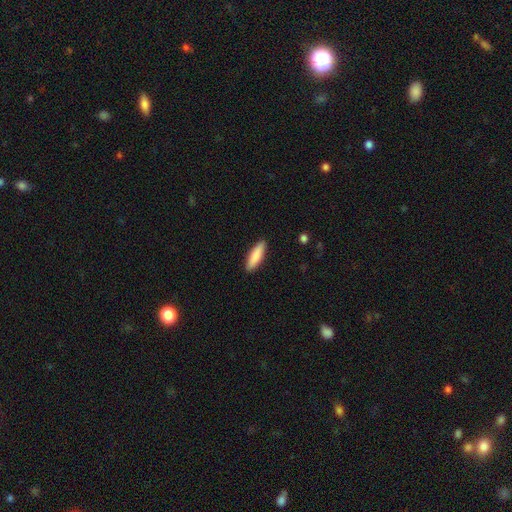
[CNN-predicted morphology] smooth-or-featured: smooth: 87% | featured or disk: 7% | star or artifact: 5%
  how-rounded: cigar-shaped: 57% | in between: 41% | round: 1%
  merging: none: 90% | minor disturbance: 8% | major disturbance: 2% | merger: 1%